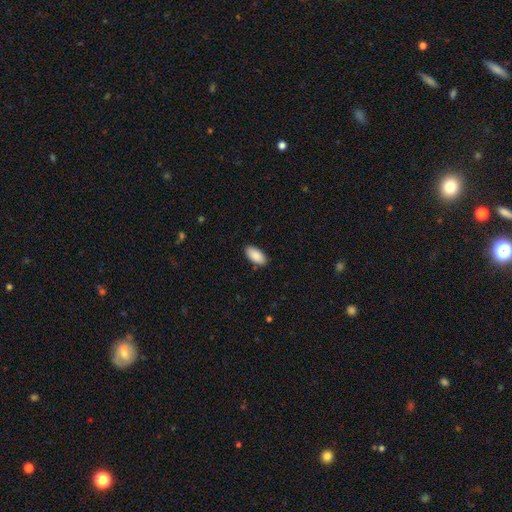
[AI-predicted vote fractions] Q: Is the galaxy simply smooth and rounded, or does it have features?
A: smooth — 90%.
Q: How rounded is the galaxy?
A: in between — 93%.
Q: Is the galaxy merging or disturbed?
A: none — 87%.